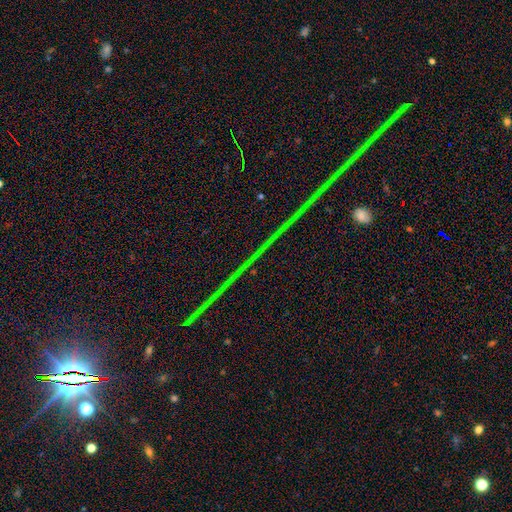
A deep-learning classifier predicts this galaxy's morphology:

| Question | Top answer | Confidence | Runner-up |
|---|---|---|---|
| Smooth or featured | star or artifact | 84% | featured or disk (10%) |